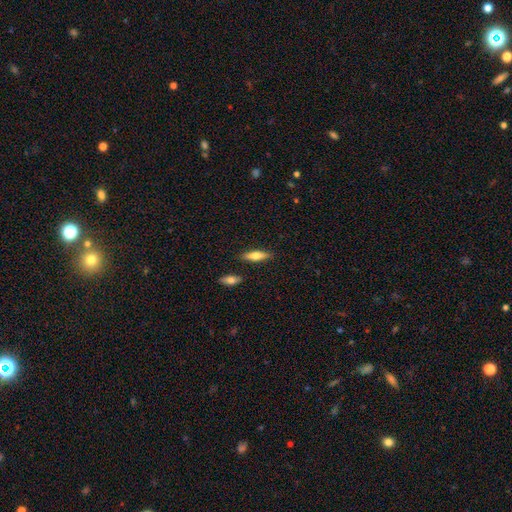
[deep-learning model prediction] smooth_or_featured: smooth (p=0.63) [alt: featured or disk p=0.31]
how_rounded: cigar-shaped (p=0.58) [alt: in between p=0.39]
merging: none (p=0.85) [alt: minor disturbance p=0.09]